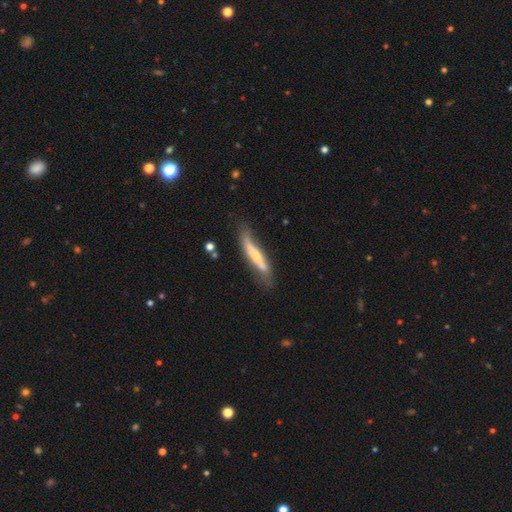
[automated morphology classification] smooth_or_featured: featured or disk (p=0.55) [alt: smooth p=0.39]
disk_edge_on: yes (p=0.65) [alt: no p=0.35]
merging: none (p=0.58) [alt: minor disturbance p=0.26]